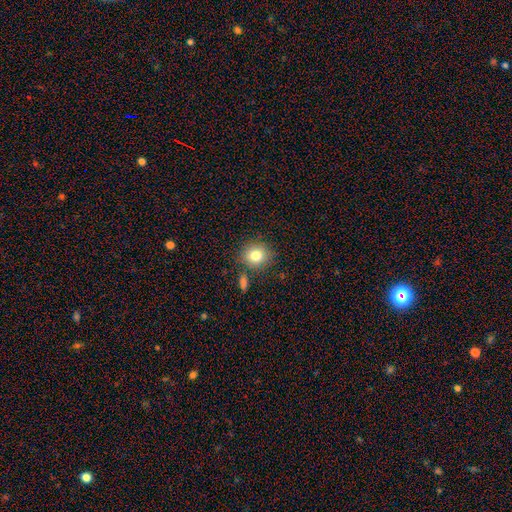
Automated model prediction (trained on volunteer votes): This is clearly a smooth galaxy (81%). How rounded: likely round (79%). Merging: clearly none (80%).